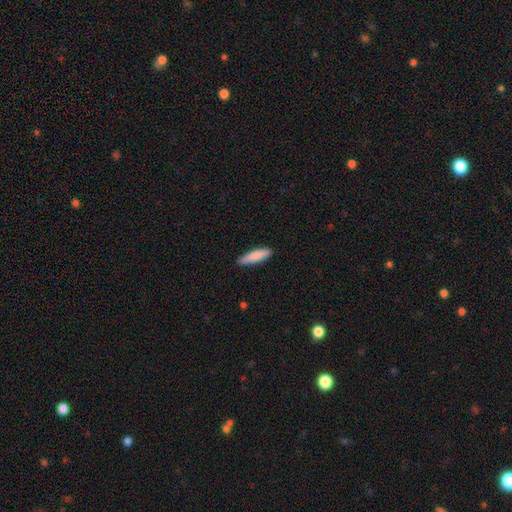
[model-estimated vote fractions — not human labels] This is clearly a smooth galaxy (84%). How rounded: likely cigar-shaped (75%). Merging: clearly none (86%).